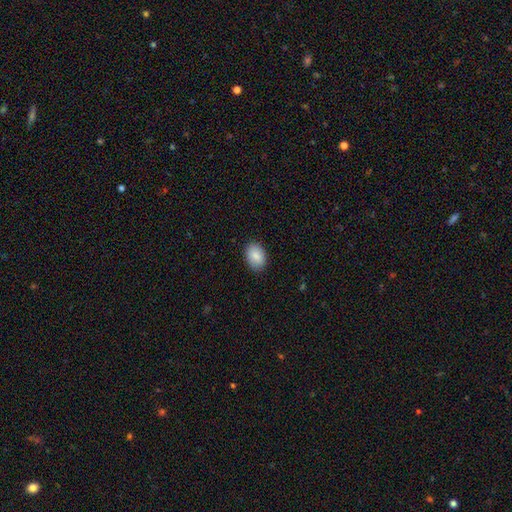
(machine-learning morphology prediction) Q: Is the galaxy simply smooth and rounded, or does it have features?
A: smooth — 86%.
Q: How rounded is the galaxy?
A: in between — 83%.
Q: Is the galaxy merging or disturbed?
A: none — 87%.